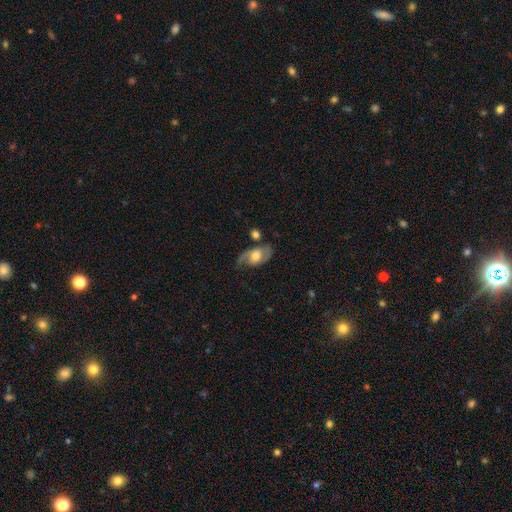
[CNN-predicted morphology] smooth_or_featured: featured or disk (p=0.69) [alt: smooth p=0.24]
disk_edge_on: no (p=0.95) [alt: yes p=0.05]
bar: no (p=0.60) [alt: weak p=0.32]
has_spiral_arms: yes (p=0.87) [alt: no p=0.13]
spiral_winding: medium (p=0.46) [alt: loose p=0.35]
spiral_arm_count: 2 (p=0.75) [alt: 1 p=0.15]
bulge_size: moderate (p=0.63) [alt: large p=0.17]
merging: none (p=0.59) [alt: minor disturbance p=0.21]